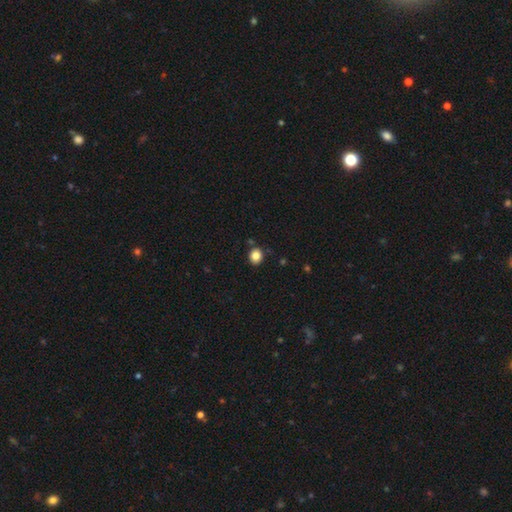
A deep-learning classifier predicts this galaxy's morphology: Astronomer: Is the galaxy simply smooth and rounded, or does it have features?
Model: smooth — 84%.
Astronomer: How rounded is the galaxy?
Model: round — 70%.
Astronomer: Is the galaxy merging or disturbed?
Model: none — 85%.